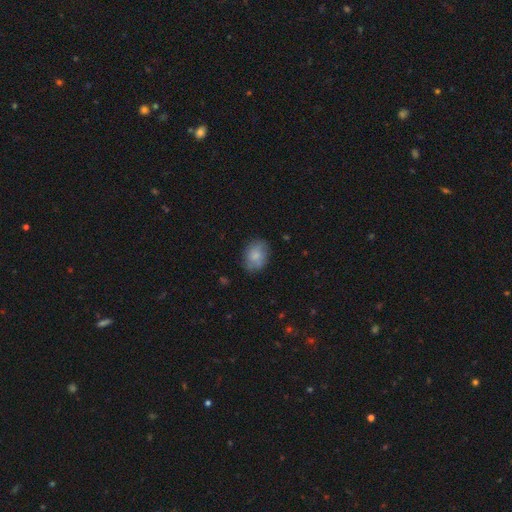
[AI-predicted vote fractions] This appears to be a smooth galaxy with no disk features (75%) that is in between round and cigar-shaped (71%). Merging: none (75%).